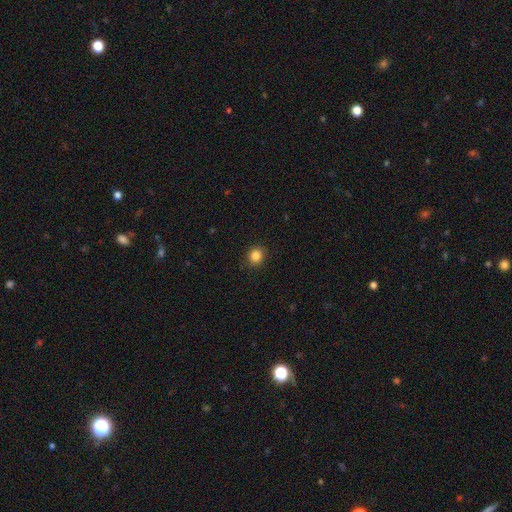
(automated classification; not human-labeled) A smooth galaxy with no disk features (85%) that is round (82%). Merging: none (91%).